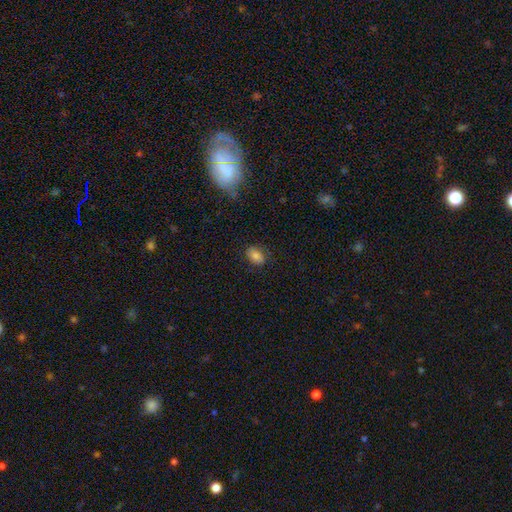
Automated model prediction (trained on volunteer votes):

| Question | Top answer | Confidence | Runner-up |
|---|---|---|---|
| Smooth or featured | smooth | 82% | star or artifact (10%) |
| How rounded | in between | 85% | round (14%) |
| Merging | none | 81% | minor disturbance (14%) |